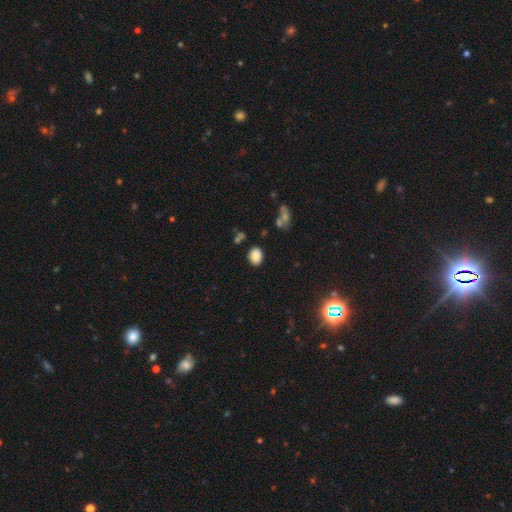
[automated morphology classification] A smooth galaxy with no disk features (85%) that is in between round and cigar-shaped (58%).

Vote fractions:
- Smooth or featured? smooth: 85% / star or artifact: 10% / featured or disk: 5%
- How rounded? in between: 58% / round: 41% / cigar-shaped: 1%
- Merging? none: 83% / minor disturbance: 10% / merger: 4% / major disturbance: 3%